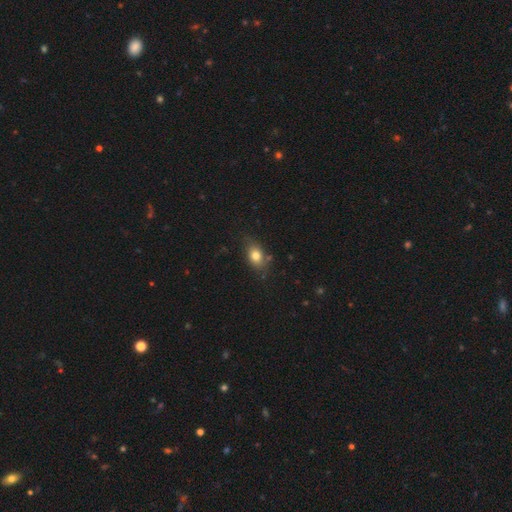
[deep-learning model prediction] This appears to be a smooth galaxy with no disk features (79%) that is in between round and cigar-shaped (76%). Merging: none (72%).